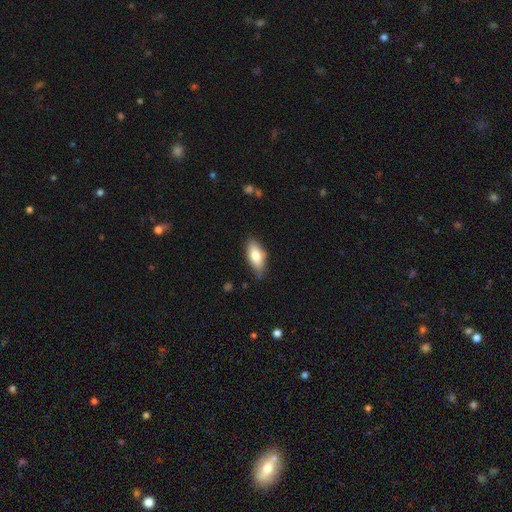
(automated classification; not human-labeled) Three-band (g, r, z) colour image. It shows a smooth galaxy with no disk features (76%) that is in between round and cigar-shaped (83%). Merging: none (76%).